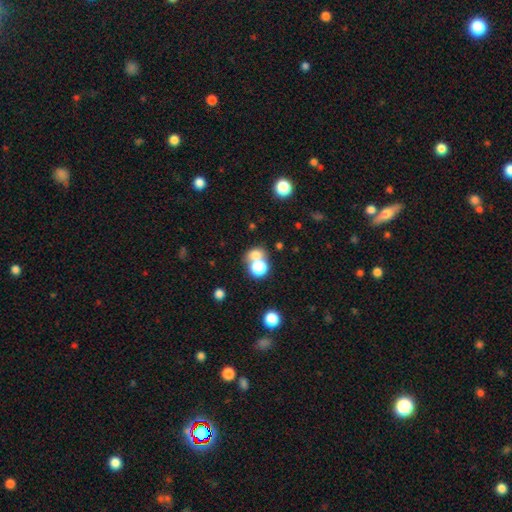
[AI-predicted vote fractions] Smooth or featured: smooth — 71% (star or artifact — 17%)
How rounded: round — 66% (in between — 33%)
Merging: merger — 46% (none — 42%)